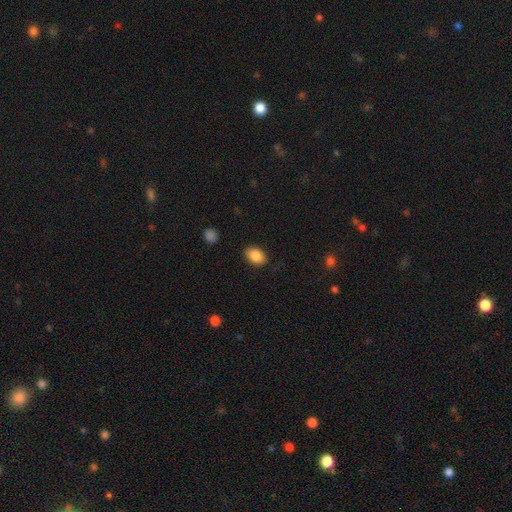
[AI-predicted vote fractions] Smooth or featured? Predicted: smooth (p=0.87). How rounded? Predicted: in between (p=0.79). Merging? Predicted: none (p=0.87).